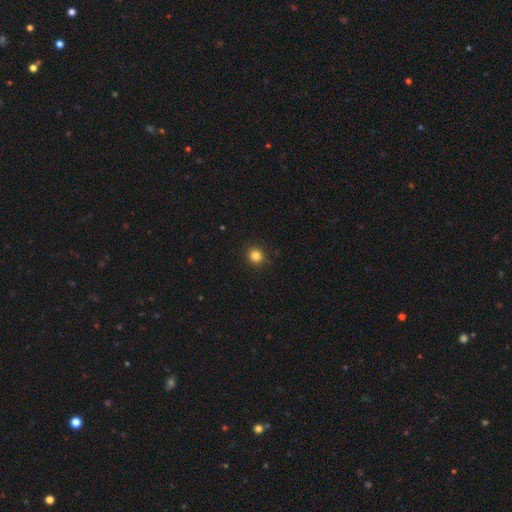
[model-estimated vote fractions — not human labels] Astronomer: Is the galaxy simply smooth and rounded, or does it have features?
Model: smooth — 83%.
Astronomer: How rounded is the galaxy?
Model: round — 87%.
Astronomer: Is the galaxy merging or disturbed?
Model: none — 90%.